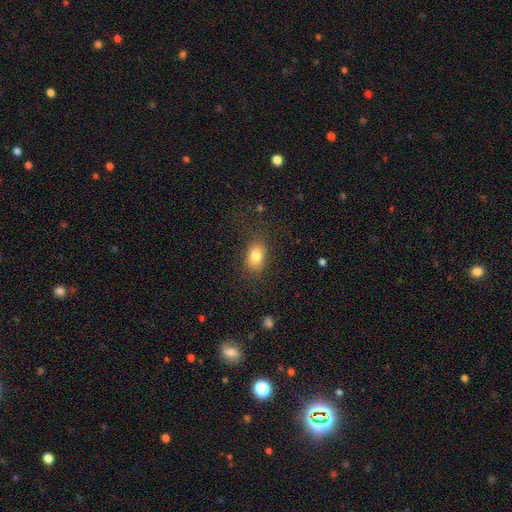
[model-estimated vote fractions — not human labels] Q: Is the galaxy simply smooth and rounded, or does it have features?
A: smooth — 81%.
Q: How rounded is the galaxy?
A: in between — 79%.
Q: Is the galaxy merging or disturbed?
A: none — 78%.